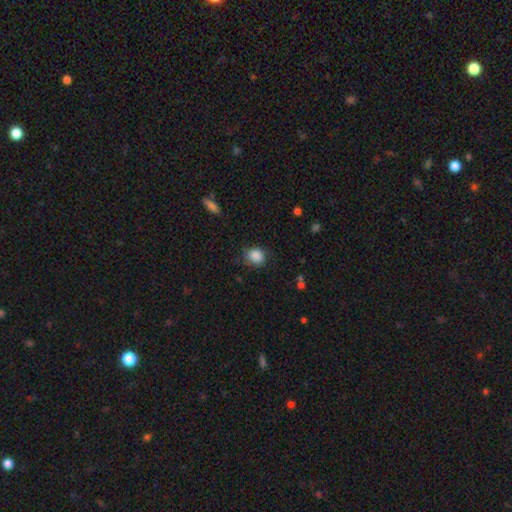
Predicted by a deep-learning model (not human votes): A smooth galaxy with no disk features (87%) that is round (62%).

Vote fractions:
- Smooth or featured? smooth: 87% / star or artifact: 9% / featured or disk: 4%
- How rounded? round: 62% / in between: 37% / cigar-shaped: 1%
- Merging? none: 72% / minor disturbance: 21% / major disturbance: 5% / merger: 1%